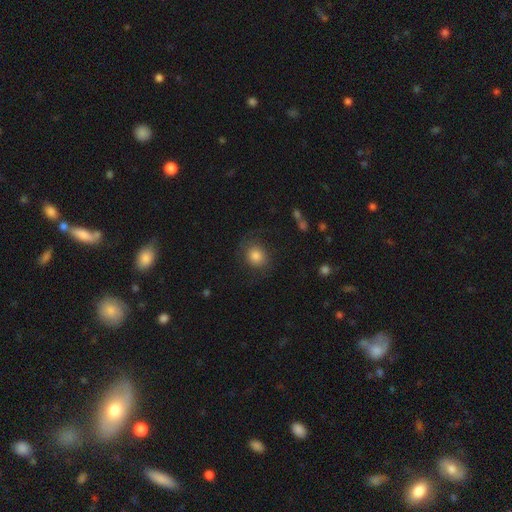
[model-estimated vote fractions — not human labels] The model was most divided on "merging": none: 71%, minor disturbance: 17%, major disturbance: 10%, merger: 2%. More confident: how rounded — round (78%); smooth or featured — smooth (77%).